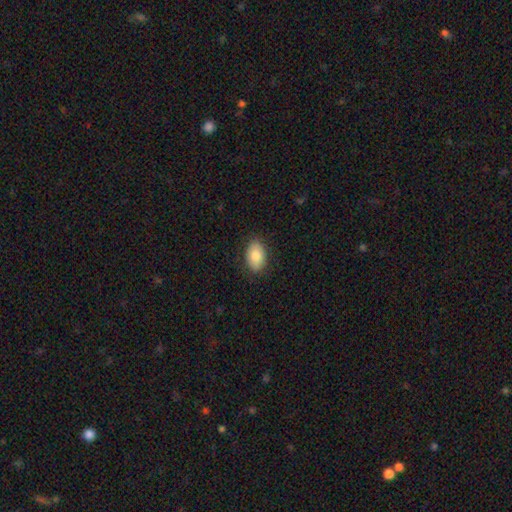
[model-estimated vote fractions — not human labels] smooth_or_featured: smooth (p=0.84) [alt: featured or disk p=0.09]
how_rounded: in between (p=0.89) [alt: round p=0.10]
merging: none (p=0.86) [alt: minor disturbance p=0.11]